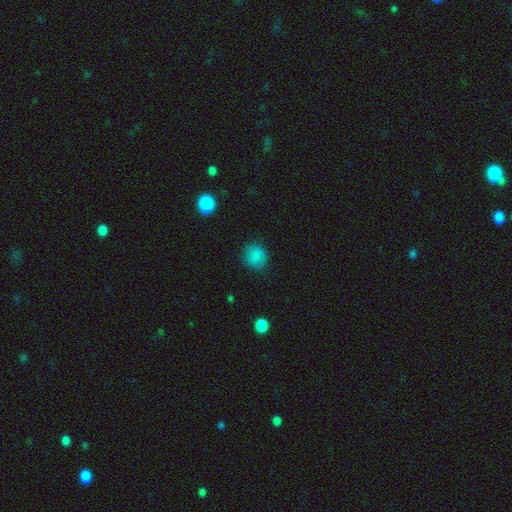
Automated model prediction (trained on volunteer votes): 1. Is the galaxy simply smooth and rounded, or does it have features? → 85% smooth, 11% star or artifact, 4% featured or disk.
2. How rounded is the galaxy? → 84% round, 15% in between, 1% cigar-shaped.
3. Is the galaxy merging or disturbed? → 85% none, 11% minor disturbance, 3% major disturbance, 1% merger.